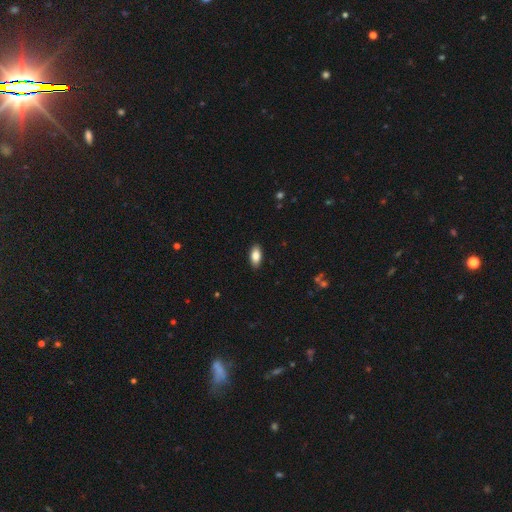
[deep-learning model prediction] This is clearly a smooth galaxy (85%). How rounded: clearly in between (90%). Merging: clearly none (89%).